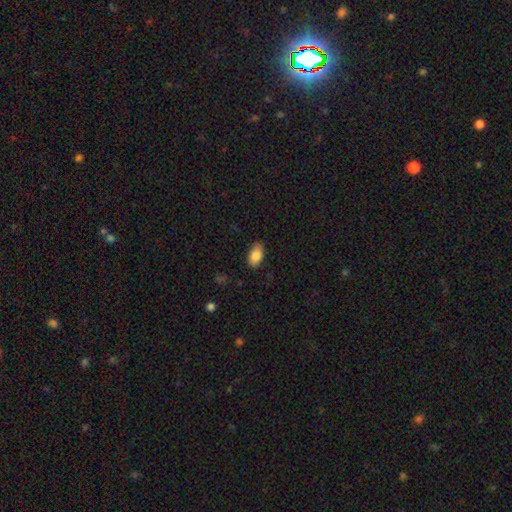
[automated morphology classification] Smooth or featured? Predicted: smooth (p=0.87). How rounded? Predicted: in between (p=0.93). Merging? Predicted: none (p=0.83).